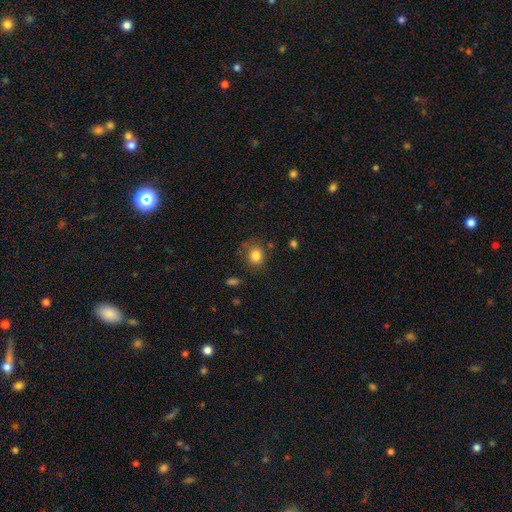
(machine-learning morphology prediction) Overall: smooth (83%). How rounded: round (76%). Merging: none (74%).